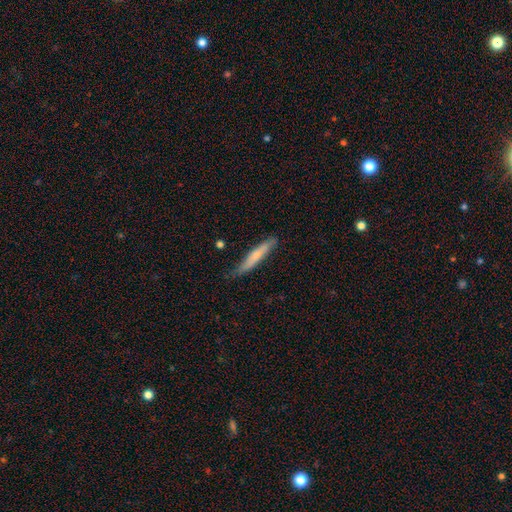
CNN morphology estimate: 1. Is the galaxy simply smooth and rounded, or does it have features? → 63% smooth, 32% featured or disk, 5% star or artifact.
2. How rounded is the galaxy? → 93% cigar-shaped, 6% in between, 1% round.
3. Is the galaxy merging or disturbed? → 76% none, 20% minor disturbance, 3% major disturbance, 2% merger.